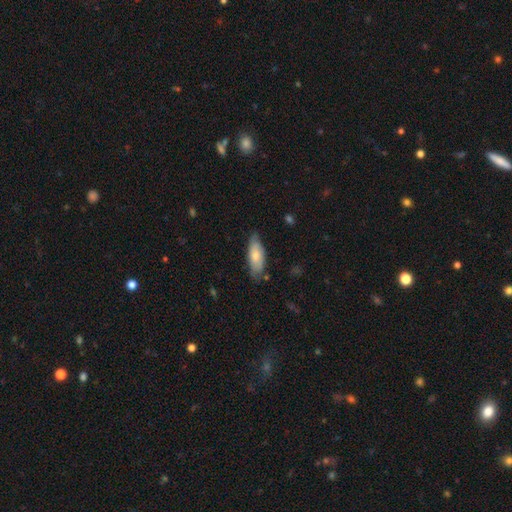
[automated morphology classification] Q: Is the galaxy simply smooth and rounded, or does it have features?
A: smooth — 70%.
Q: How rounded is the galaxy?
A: in between — 76%.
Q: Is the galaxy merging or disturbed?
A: none — 71%.